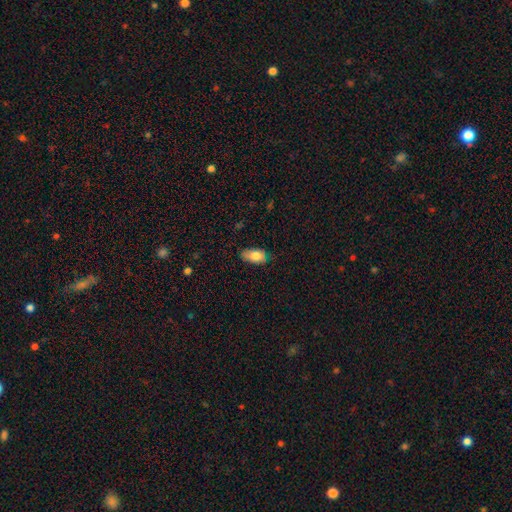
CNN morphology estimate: Smooth or featured: smooth — 80% (featured or disk — 13%)
How rounded: in between — 91% (round — 5%)
Merging: none — 71% (minor disturbance — 23%)